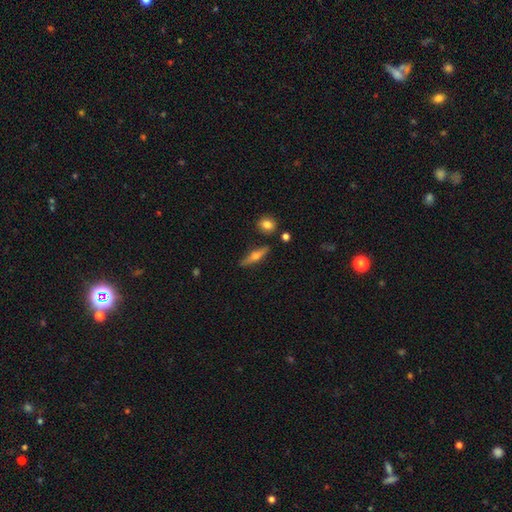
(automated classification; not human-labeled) Morphology: type=featured or disk (53%); edge-on=yes (94%); merging=none (85%).